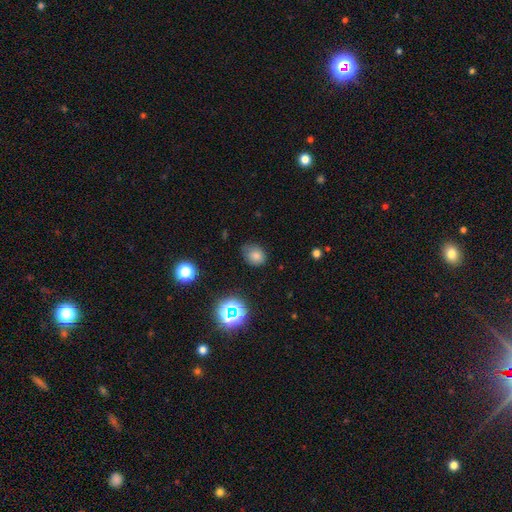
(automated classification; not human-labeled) This is likely a smooth galaxy (76%). How rounded: possibly round (52%). Merging: likely none (64%).